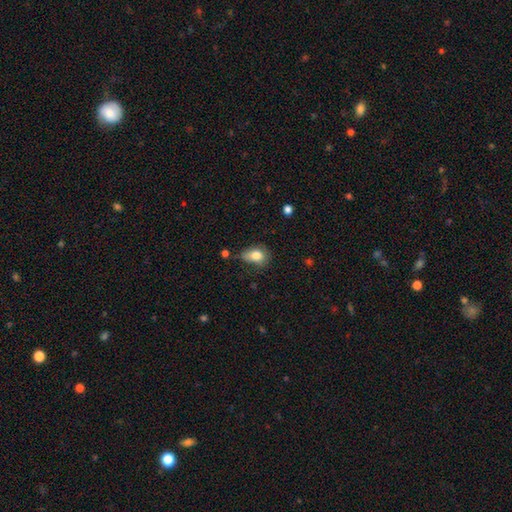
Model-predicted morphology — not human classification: This is clearly a smooth galaxy (80%). How rounded: likely in between (70%). Merging: marginally none (45%).